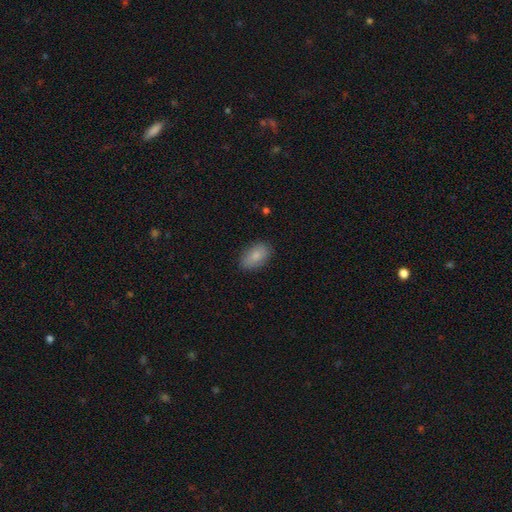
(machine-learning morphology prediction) smooth 85%, featured or disk 8%, star or artifact 7%. Down the decision tree: how rounded — in between (91%); merging — none (84%).